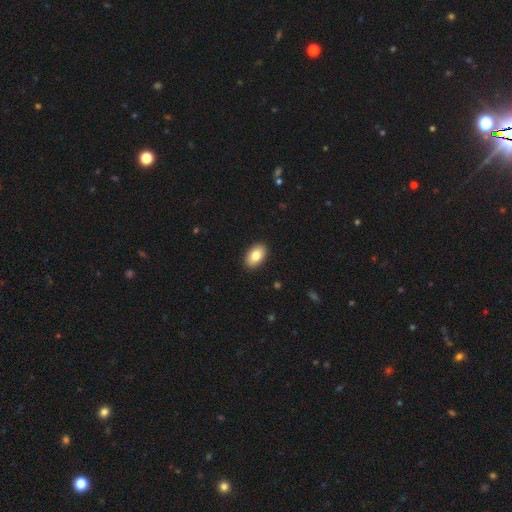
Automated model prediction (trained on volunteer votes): Smooth or featured? Predicted: smooth (p=0.83). How rounded? Predicted: in between (p=0.91). Merging? Predicted: none (p=0.90).